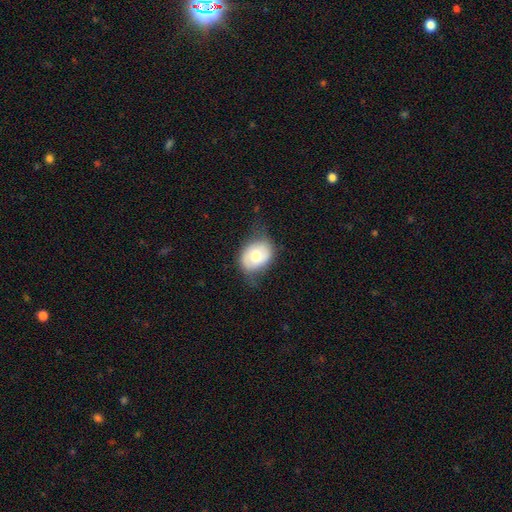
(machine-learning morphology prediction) Overall: smooth (59%; featured or disk 35%). How rounded: in between (61%; round 38%). Merging: none (62%; minor disturbance 27%).